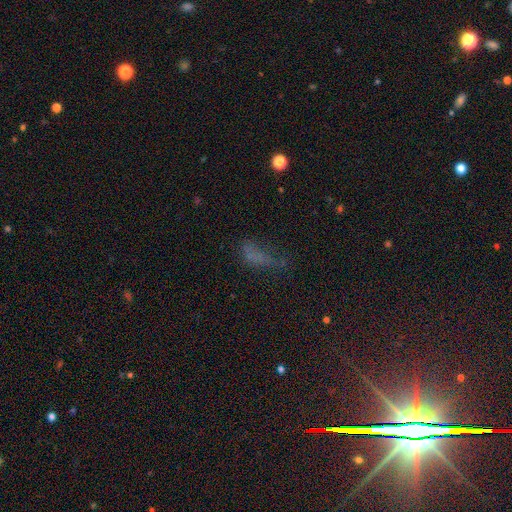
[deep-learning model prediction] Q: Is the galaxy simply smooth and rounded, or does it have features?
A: smooth — 50%.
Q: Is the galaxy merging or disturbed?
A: major disturbance — 36%, tied with none.